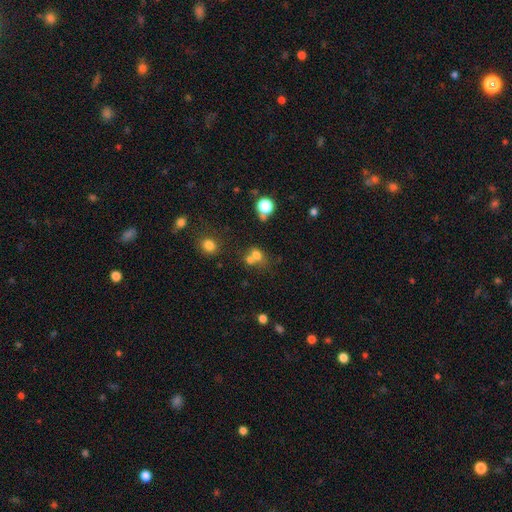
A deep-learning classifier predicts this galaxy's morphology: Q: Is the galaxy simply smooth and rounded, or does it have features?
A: smooth — 69%.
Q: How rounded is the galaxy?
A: round — 61%.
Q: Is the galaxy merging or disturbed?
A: merger — 48%.